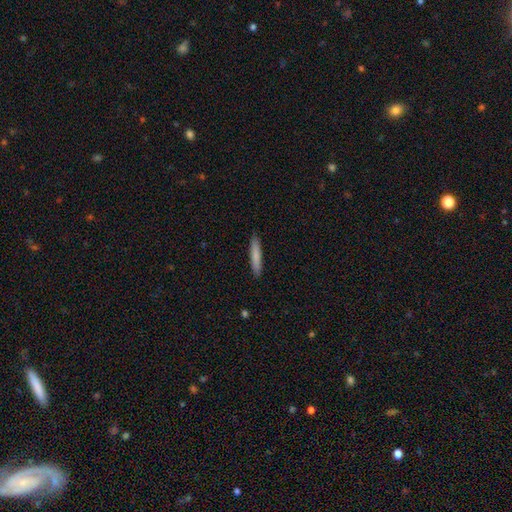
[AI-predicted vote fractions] Smooth or featured?
  - smooth: 80% *
  - featured or disk: 14%
  - star or artifact: 6%
How rounded?
  - cigar-shaped: 92% *
  - in between: 7%
  - round: 1%
Merging?
  - none: 90% *
  - minor disturbance: 7%
  - major disturbance: 2%
  - merger: 1%